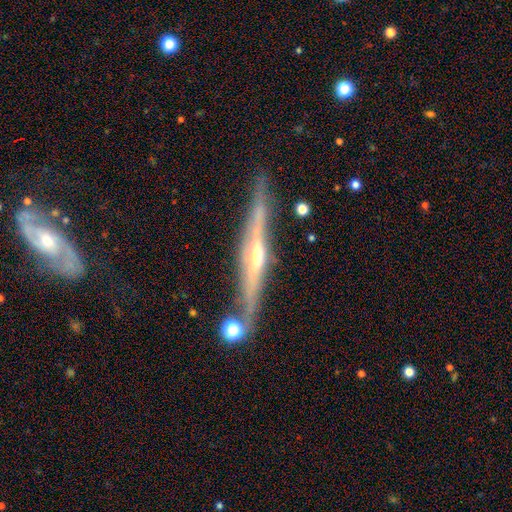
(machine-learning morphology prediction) type=featured or disk (81%); edge-on=yes (96%); edge-on bulge=rounded (78%); merging=none (80%).